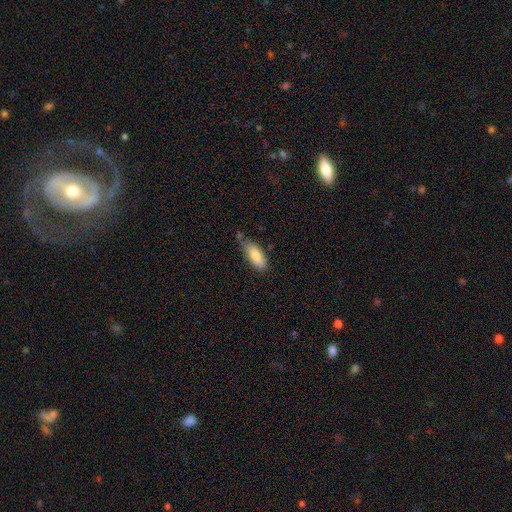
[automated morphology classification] Smooth or featured?
  - smooth: 83% *
  - featured or disk: 10%
  - star or artifact: 6%
How rounded?
  - in between: 72% *
  - cigar-shaped: 26%
  - round: 2%
Merging?
  - none: 59% *
  - minor disturbance: 28%
  - merger: 7%
  - major disturbance: 6%